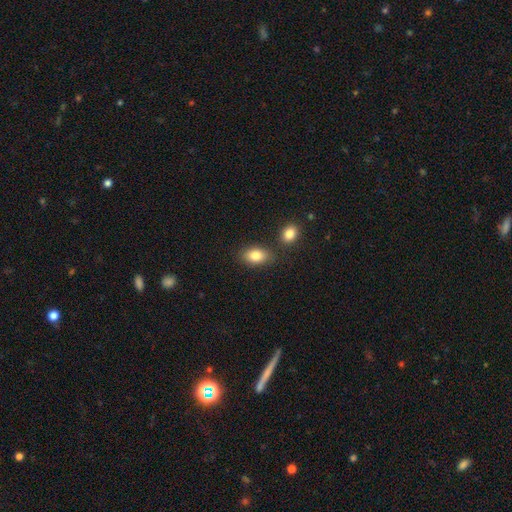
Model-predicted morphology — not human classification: Smooth or featured?
  - smooth: 83% *
  - featured or disk: 9%
  - star or artifact: 8%
How rounded?
  - in between: 86% *
  - round: 12%
  - cigar-shaped: 2%
Merging?
  - none: 74% *
  - minor disturbance: 12%
  - merger: 10%
  - major disturbance: 3%